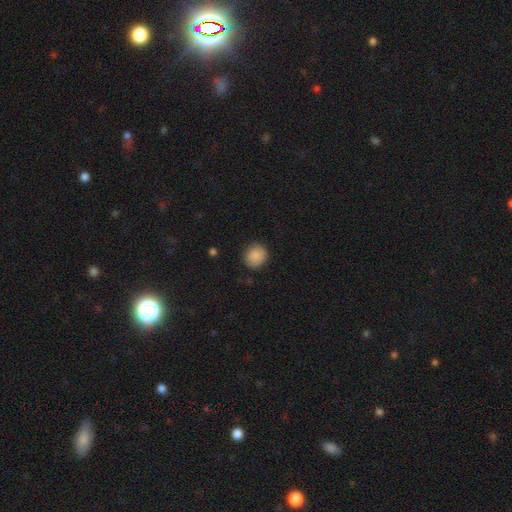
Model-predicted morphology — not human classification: This appears to be a smooth galaxy with no disk features (88%) that is round (82%). Merging: none (85%).